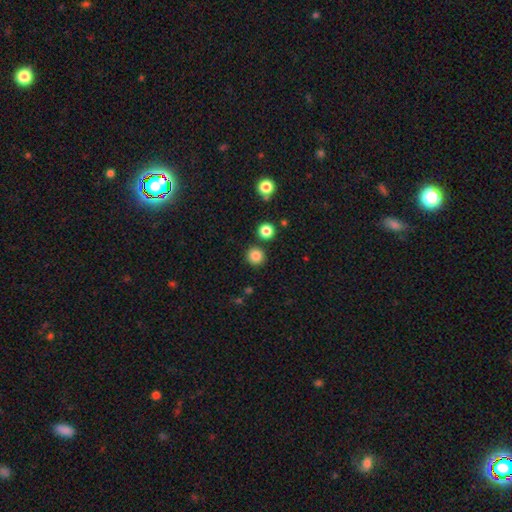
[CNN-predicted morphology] A smooth galaxy with no disk features (84%) that is round (95%). Merging: none (88%).